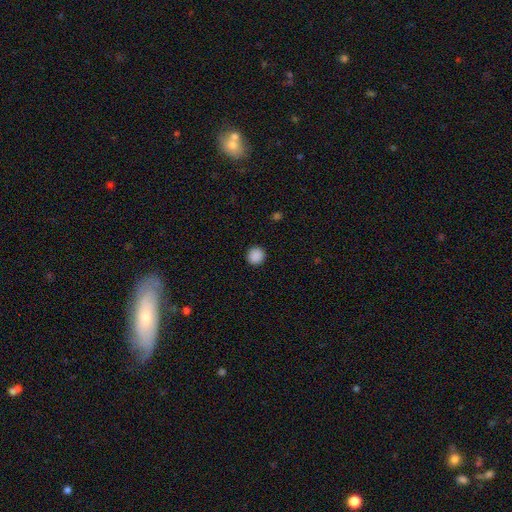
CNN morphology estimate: Overall: smooth (89%). How rounded: round (94%). Merging: none (92%).